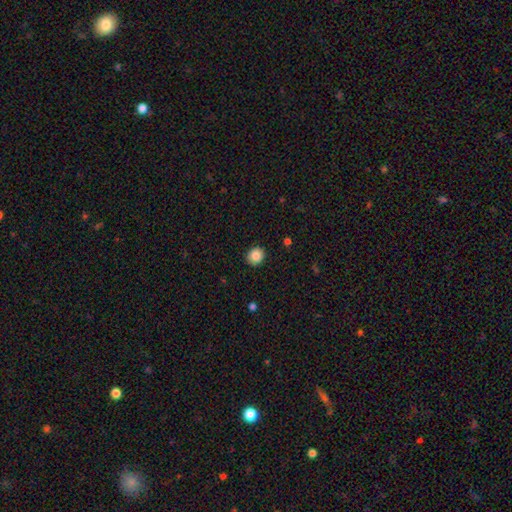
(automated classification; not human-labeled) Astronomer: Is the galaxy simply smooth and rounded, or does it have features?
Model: smooth — 87%.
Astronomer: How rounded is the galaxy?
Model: round — 79%.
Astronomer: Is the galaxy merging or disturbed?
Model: none — 90%.